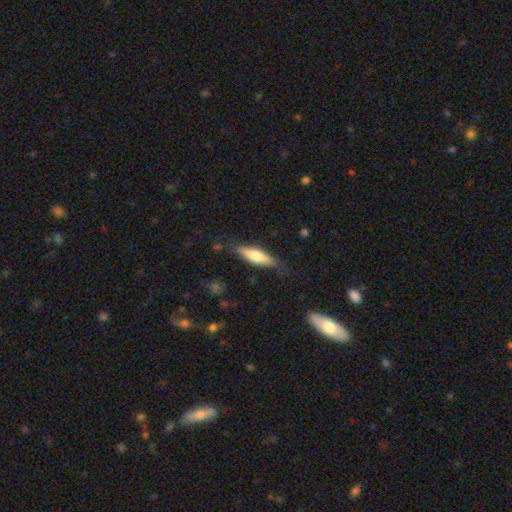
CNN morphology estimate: A smooth galaxy with no disk features (61%) that is cigar-shaped (66%). Merging: none (79%).